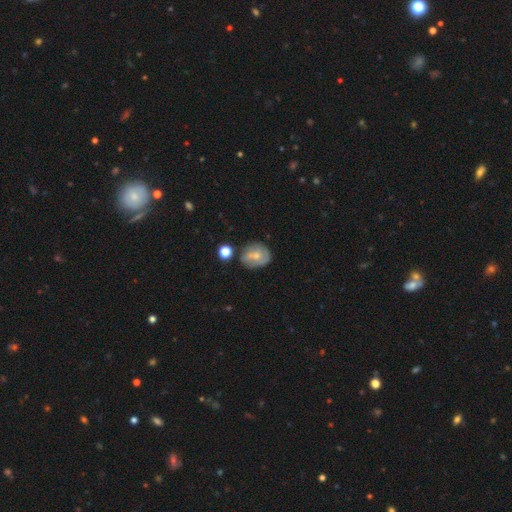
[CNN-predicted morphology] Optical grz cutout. It shows a smooth galaxy with no disk features (54%) that is round (68%). Merging: none (61%).